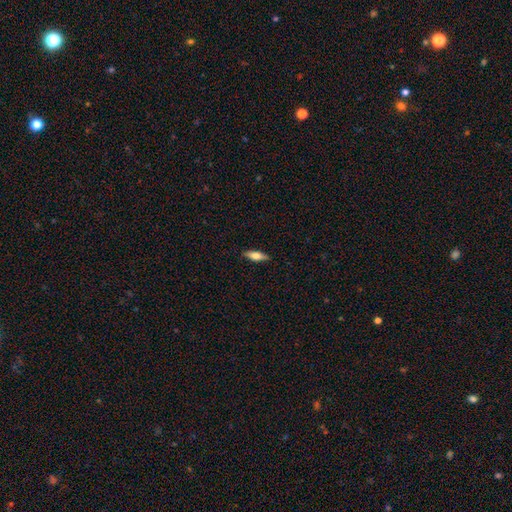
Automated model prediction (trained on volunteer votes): Q: Smooth or featured?
A: smooth (58%); runner-up: featured or disk (36%)
Q: How rounded?
A: in between (51%); runner-up: cigar-shaped (47%)
Q: Merging?
A: none (88%); runner-up: minor disturbance (9%)